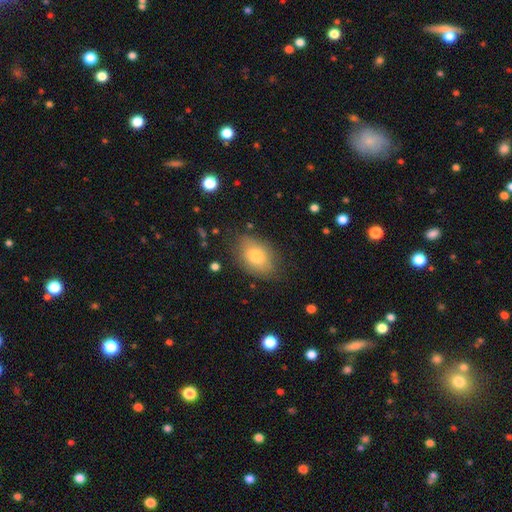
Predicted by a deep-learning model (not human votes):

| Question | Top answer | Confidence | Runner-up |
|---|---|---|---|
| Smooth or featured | smooth | 75% | featured or disk (17%) |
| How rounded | in between | 87% | round (12%) |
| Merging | none | 77% | minor disturbance (17%) |